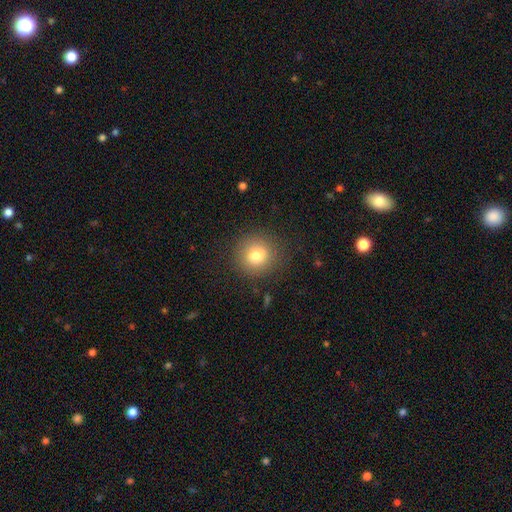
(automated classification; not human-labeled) Q: Smooth or featured?
A: smooth (72%); runner-up: featured or disk (16%)
Q: How rounded?
A: round (88%); runner-up: in between (11%)
Q: Merging?
A: none (71%); runner-up: merger (14%)